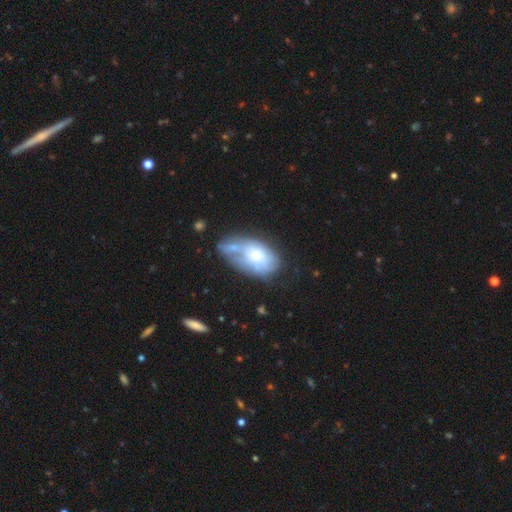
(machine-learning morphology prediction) Smooth or featured? Predicted: smooth (p=0.48). Merging? Predicted: merger (p=0.30).